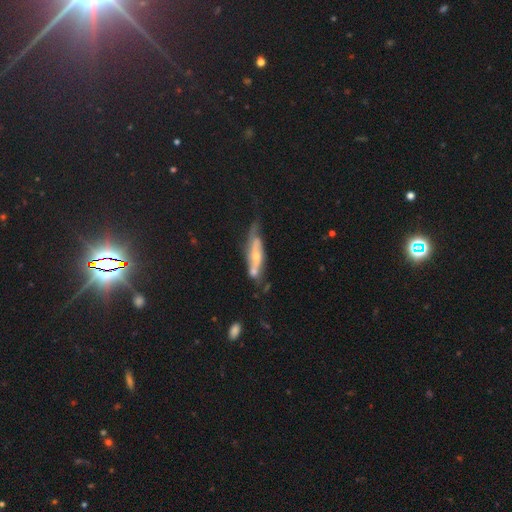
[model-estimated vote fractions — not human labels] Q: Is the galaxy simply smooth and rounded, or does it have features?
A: featured or disk — 63%.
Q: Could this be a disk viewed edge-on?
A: no — 56%.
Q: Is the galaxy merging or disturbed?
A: none — 39%.